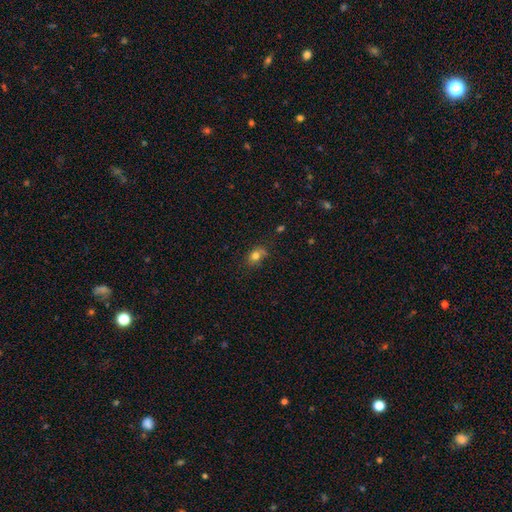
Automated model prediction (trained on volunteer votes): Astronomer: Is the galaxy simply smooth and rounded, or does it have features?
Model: smooth — 79%.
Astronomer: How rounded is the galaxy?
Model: in between — 58% (runner-up: round, 40%).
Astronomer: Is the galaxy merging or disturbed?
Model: none — 60%.